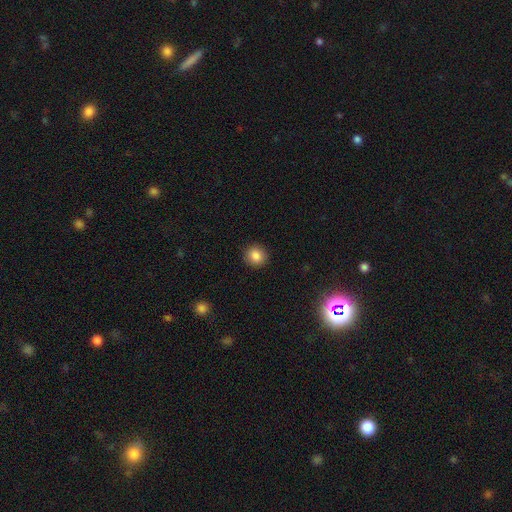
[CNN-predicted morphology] type=smooth (86%); roundness=round (89%); merging=none (91%).